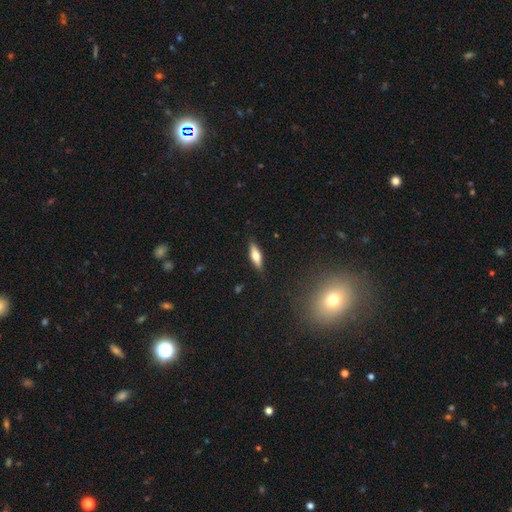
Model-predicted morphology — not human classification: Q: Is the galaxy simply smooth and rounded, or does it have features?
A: smooth — 62%.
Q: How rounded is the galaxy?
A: cigar-shaped — 50%.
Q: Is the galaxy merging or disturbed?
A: none — 87%.